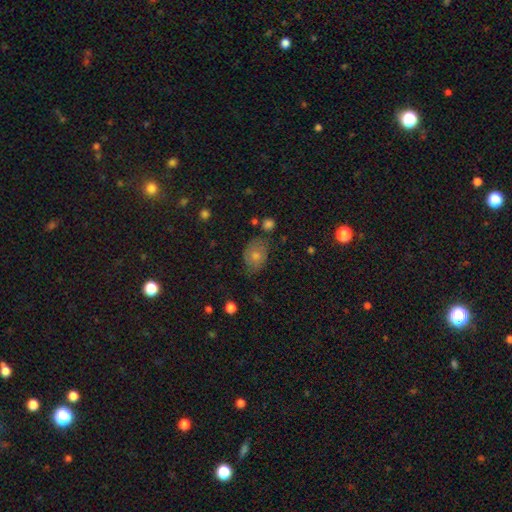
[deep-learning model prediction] smooth 54%, featured or disk 28%, star or artifact 18%. Down the decision tree: how rounded — in between (67%); merging — none (71%).